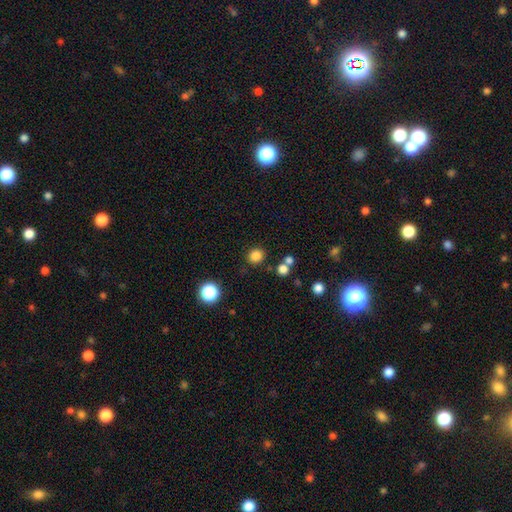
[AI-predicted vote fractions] smooth_or_featured: smooth (p=0.83) [alt: star or artifact p=0.13]
how_rounded: round (p=0.86) [alt: in between p=0.13]
merging: none (p=0.84) [alt: minor disturbance p=0.07]